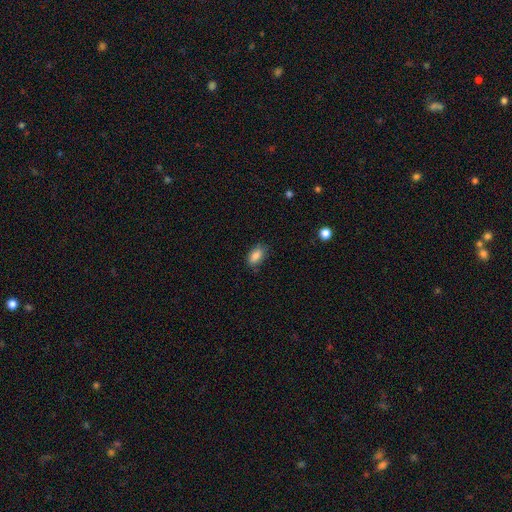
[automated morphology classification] Smooth or featured? Predicted: smooth (p=0.85). How rounded? Predicted: in between (p=0.89). Merging? Predicted: none (p=0.80).